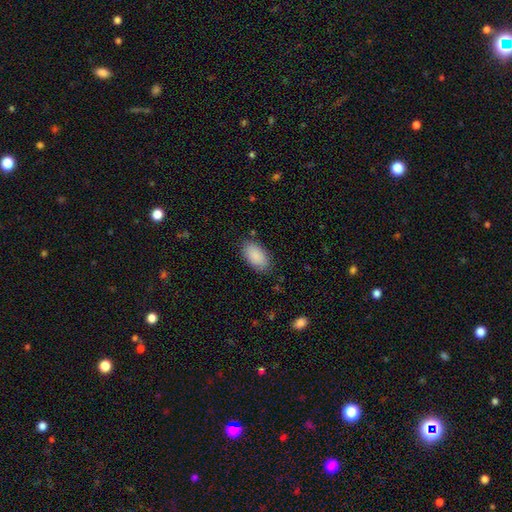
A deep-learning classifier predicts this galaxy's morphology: Q: Smooth or featured?
A: smooth (89%); runner-up: star or artifact (6%)
Q: How rounded?
A: in between (95%); runner-up: round (3%)
Q: Merging?
A: none (84%); runner-up: minor disturbance (12%)